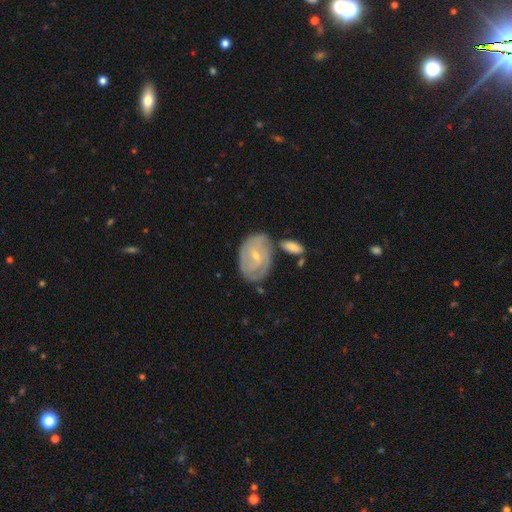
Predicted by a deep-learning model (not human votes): Smooth or featured? Predicted: featured or disk (p=0.71). Edge-on disk? Predicted: no (p=0.95). Bar? Predicted: weak (p=0.50). Spiral arms? Predicted: yes (p=0.82). Spiral winding? Predicted: tight (p=0.60). Spiral arm count? Predicted: can't tell (p=0.40, tied with 2). Bulge size? Predicted: small (p=0.67). Merging? Predicted: none (p=0.57).